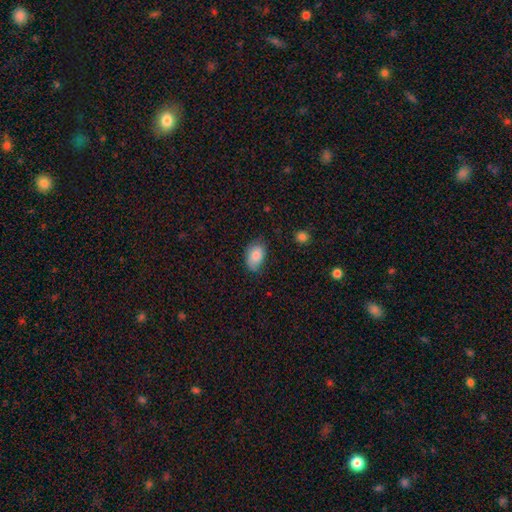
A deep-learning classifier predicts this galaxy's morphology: Smooth or featured? Predicted: smooth (p=0.84). How rounded? Predicted: in between (p=0.92). Merging? Predicted: none (p=0.65).